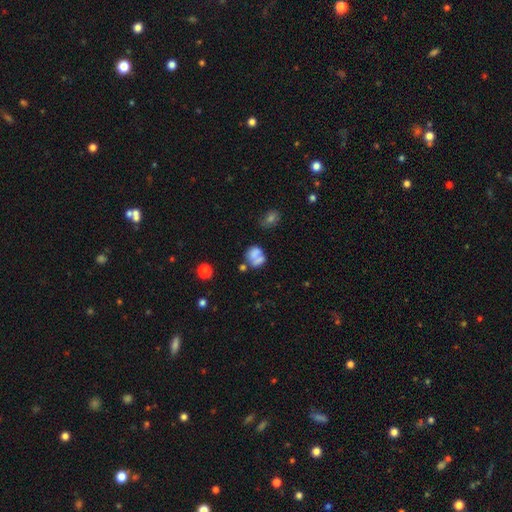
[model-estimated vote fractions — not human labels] Smooth or featured? Predicted: smooth (p=0.60). How rounded? Predicted: round (p=0.59). Merging? Predicted: none (p=0.34).